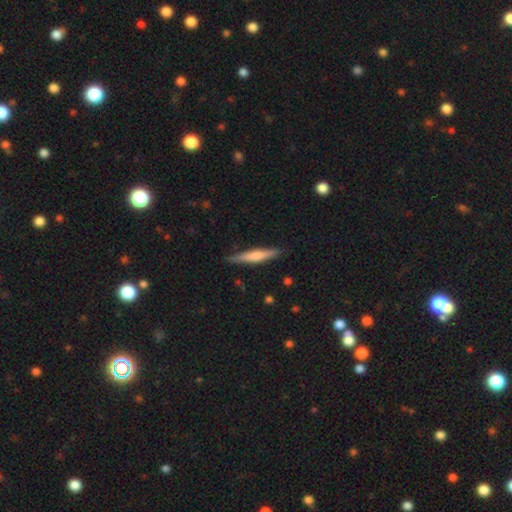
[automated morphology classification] Smooth or featured? Predicted: smooth (p=0.54). How rounded? Predicted: cigar-shaped (p=0.91). Merging? Predicted: none (p=0.87).